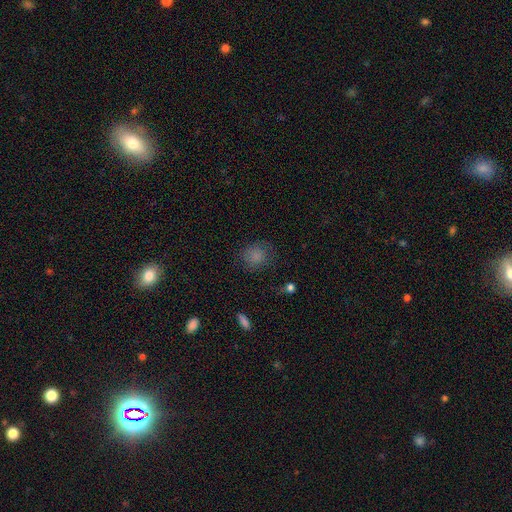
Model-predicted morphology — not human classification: The model was most divided on "how rounded": round: 77%, in between: 22%, cigar-shaped: 1%. More confident: smooth or featured — smooth (79%); merging — none (74%).